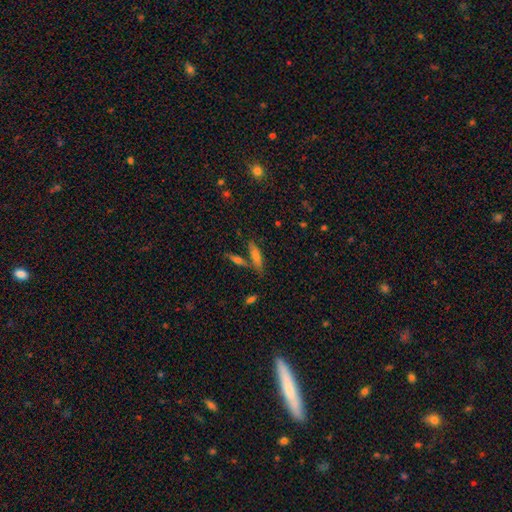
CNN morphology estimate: smooth_or_featured: smooth (p=0.58) [alt: featured or disk p=0.31]
how_rounded: cigar-shaped (p=0.68) [alt: in between p=0.29]
merging: none (p=0.66) [alt: merger p=0.19]